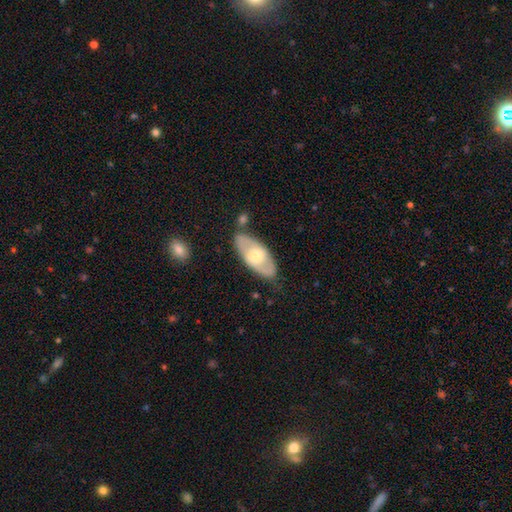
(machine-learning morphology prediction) featured or disk 50%, smooth 45%, star or artifact 5%. Down the decision tree: merging — none (75%).